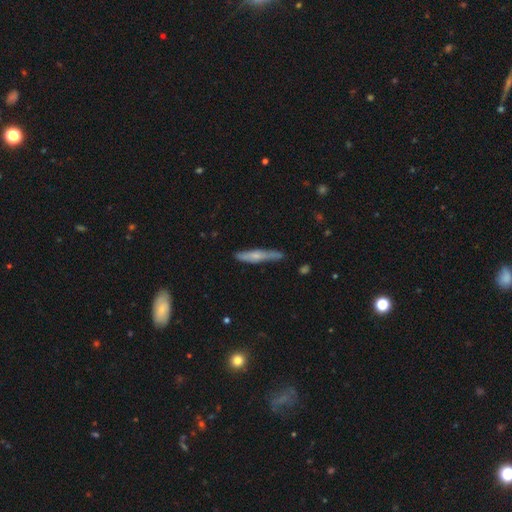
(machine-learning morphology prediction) smooth 48%, featured or disk 45%, star or artifact 6%. Down the decision tree: merging — none (76%).